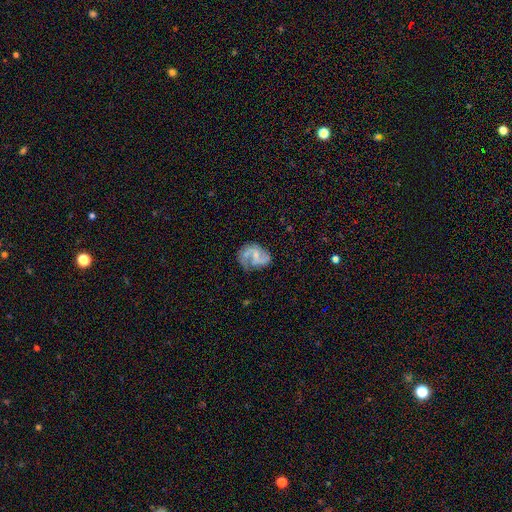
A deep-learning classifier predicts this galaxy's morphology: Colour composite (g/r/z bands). It shows a featured or disk galaxy (78%) with a weak bar (44%, tied with no), 2 (81%) medium (47%) spiral arms (92%) and a small central bulge (57%). Merging: none (54%).